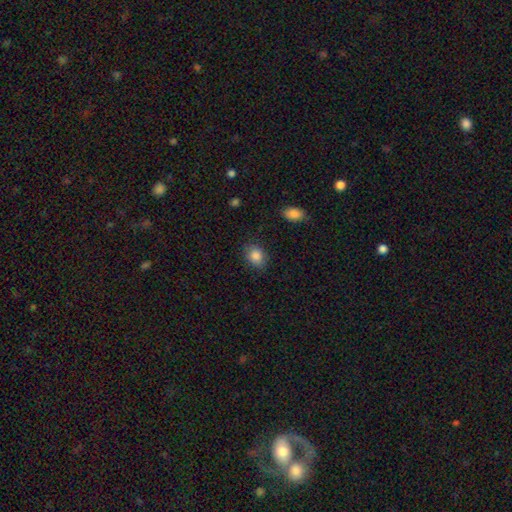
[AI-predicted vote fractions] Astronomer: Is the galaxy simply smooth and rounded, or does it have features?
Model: smooth — 86%.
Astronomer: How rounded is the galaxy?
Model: in between — 56% (runner-up: round, 43%).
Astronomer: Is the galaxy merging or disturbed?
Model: none — 83%.